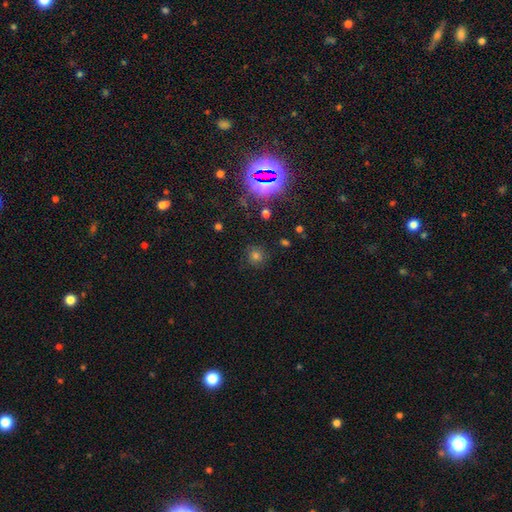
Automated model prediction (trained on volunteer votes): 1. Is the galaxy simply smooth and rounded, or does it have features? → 65% smooth, 28% star or artifact, 8% featured or disk.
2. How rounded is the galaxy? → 88% round, 10% in between, 1% cigar-shaped.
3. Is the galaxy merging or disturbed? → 83% none, 11% minor disturbance, 4% major disturbance, 2% merger.